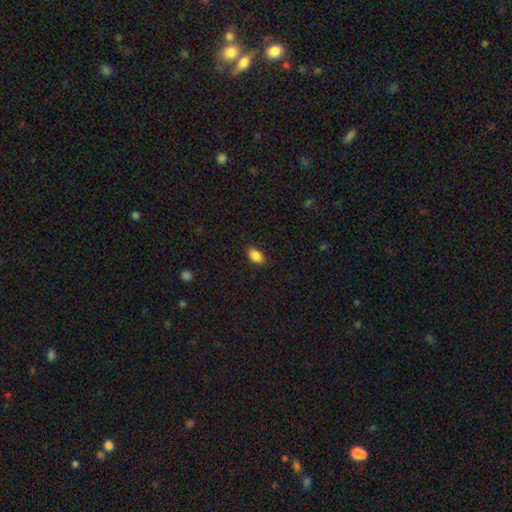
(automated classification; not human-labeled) The model was most divided on "merging": none: 87%, minor disturbance: 10%, major disturbance: 2%, merger: 1%. More confident: how rounded — in between (90%); smooth or featured — smooth (87%).